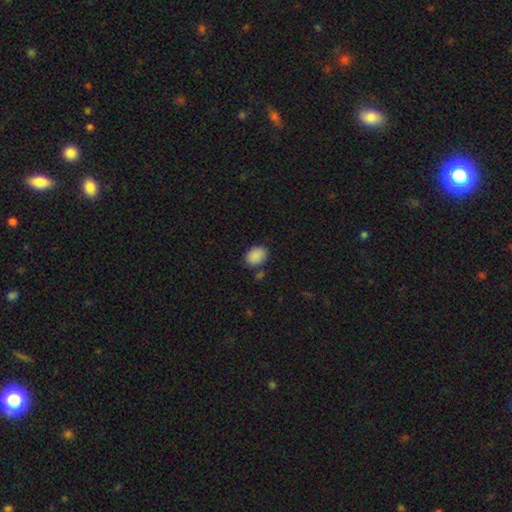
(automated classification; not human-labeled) Morphology: type=smooth (89%); roundness=in between (70%); merging=none (78%).